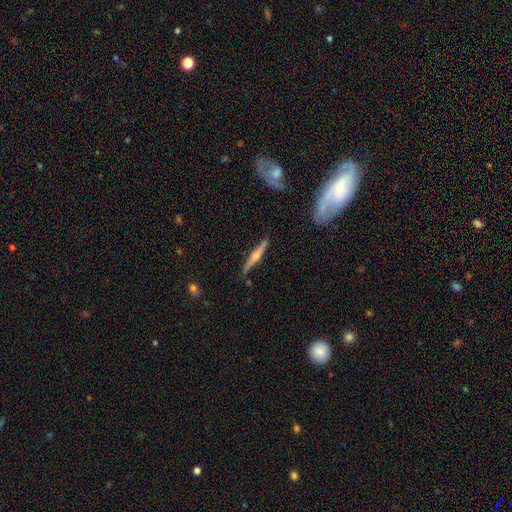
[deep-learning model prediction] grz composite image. It shows a featured or disk galaxy (70%) viewed edge-on (97%) with a rounded central bulge (89%). Merging: none (86%).